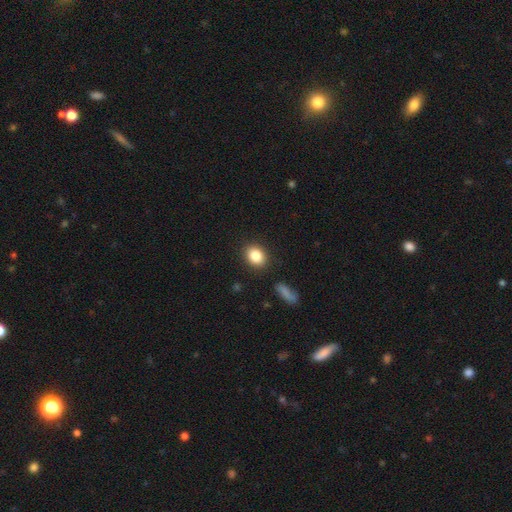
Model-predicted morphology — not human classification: A smooth galaxy with no disk features (86%) that is in between round and cigar-shaped (57%). Merging: none (87%).